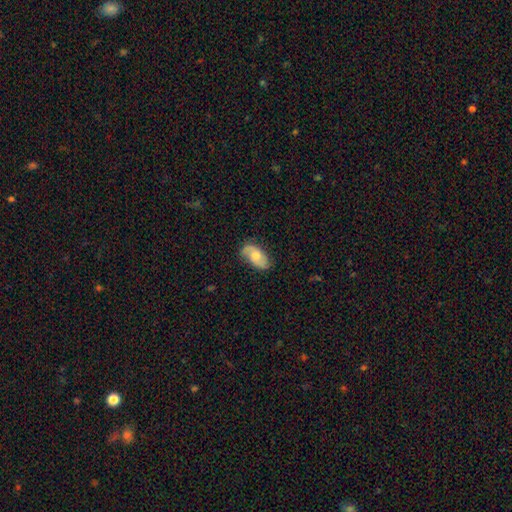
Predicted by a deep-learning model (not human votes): Morphology: type=featured or disk (51%); edge-on=no (94%); merging=none (73%).